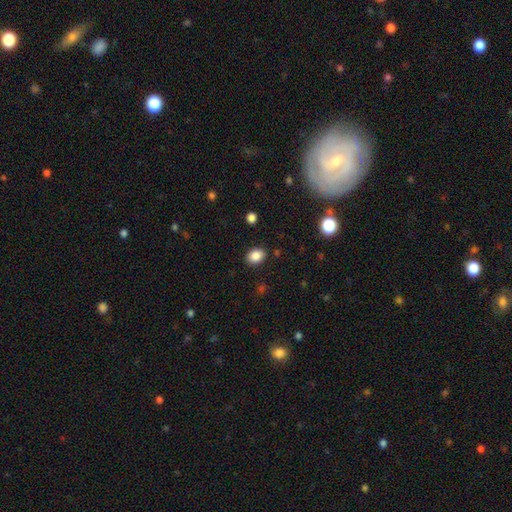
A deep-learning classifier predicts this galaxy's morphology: A smooth galaxy with no disk features (86%) that is in between round and cigar-shaped (64%). Merging: none (88%).